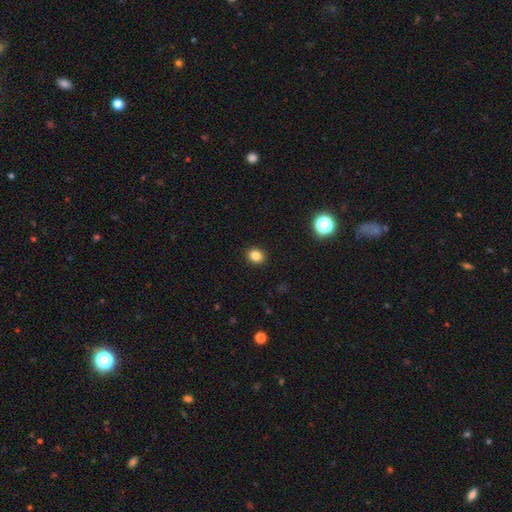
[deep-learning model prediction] A smooth galaxy with no disk features (83%) that is round (62%).

Vote fractions:
- Smooth or featured? smooth: 83% / star or artifact: 12% / featured or disk: 5%
- How rounded? round: 62% / in between: 38% / cigar-shaped: 1%
- Merging? none: 91% / minor disturbance: 6% / major disturbance: 2% / merger: 1%